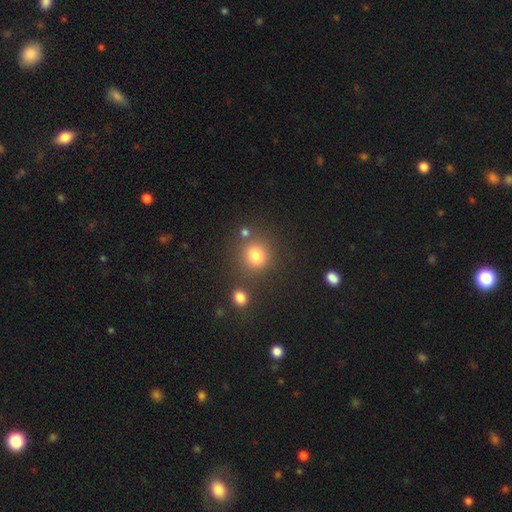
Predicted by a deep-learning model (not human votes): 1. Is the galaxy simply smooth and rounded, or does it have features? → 79% smooth, 14% star or artifact, 6% featured or disk.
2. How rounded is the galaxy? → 87% round, 12% in between, 1% cigar-shaped.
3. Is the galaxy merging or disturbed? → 76% none, 11% merger, 9% minor disturbance, 4% major disturbance.